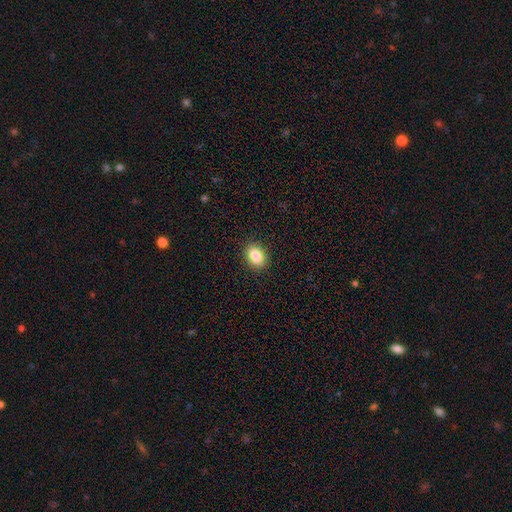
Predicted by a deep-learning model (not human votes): Smooth or featured: smooth — 85% (star or artifact — 9%)
How rounded: in between — 73% (round — 26%)
Merging: none — 90% (minor disturbance — 7%)